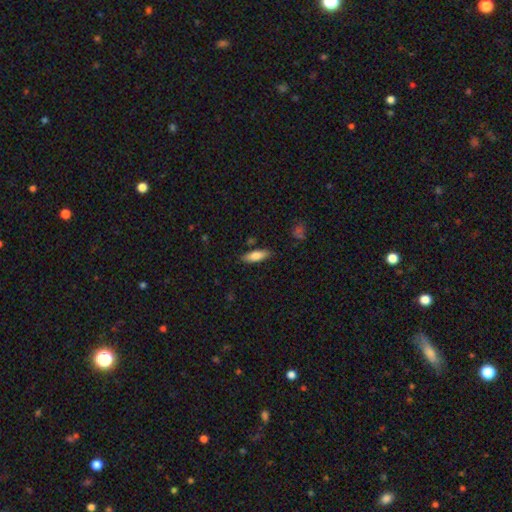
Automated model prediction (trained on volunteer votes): Smooth or featured?
  - smooth: 82% *
  - featured or disk: 12%
  - star or artifact: 7%
How rounded?
  - in between: 59% *
  - cigar-shaped: 39%
  - round: 2%
Merging?
  - none: 83% *
  - minor disturbance: 12%
  - major disturbance: 3%
  - merger: 2%